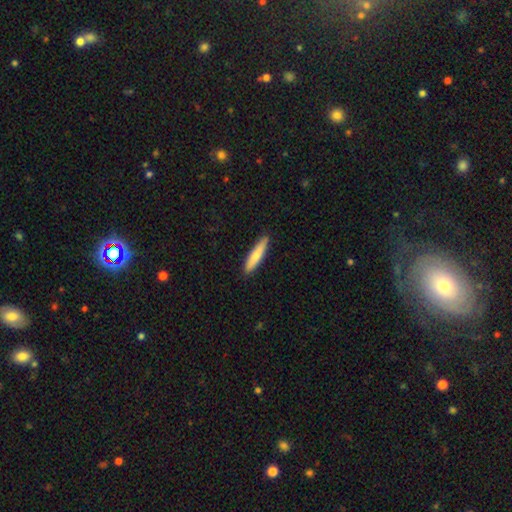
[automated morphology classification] smooth-or-featured: smooth: 74% | featured or disk: 21% | star or artifact: 5%
  how-rounded: cigar-shaped: 84% | in between: 15% | round: 1%
  merging: none: 89% | minor disturbance: 9% | major disturbance: 2% | merger: 1%